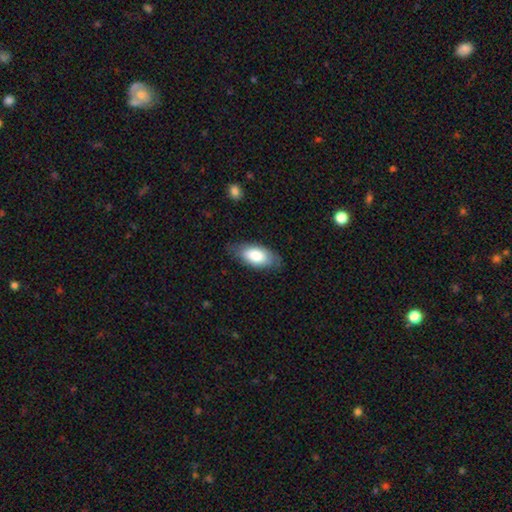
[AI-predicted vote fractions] smooth 79%, featured or disk 16%, star or artifact 6%. Down the decision tree: how rounded — in between (91%); merging — none (75%).